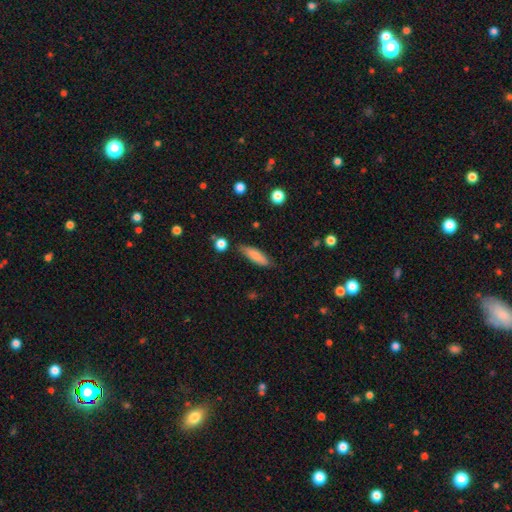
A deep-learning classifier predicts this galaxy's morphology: Q: Smooth or featured?
A: smooth (80%); runner-up: featured or disk (14%)
Q: How rounded?
A: cigar-shaped (51%); runner-up: in between (47%)
Q: Merging?
A: none (77%); runner-up: minor disturbance (17%)